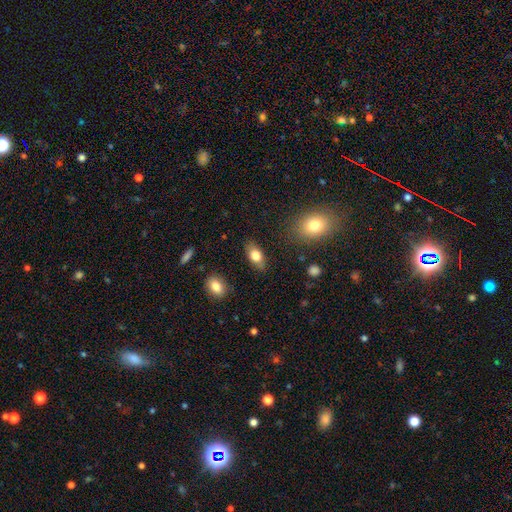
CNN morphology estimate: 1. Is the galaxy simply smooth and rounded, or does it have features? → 77% smooth, 16% featured or disk, 7% star or artifact.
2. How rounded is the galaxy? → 86% in between, 7% round, 7% cigar-shaped.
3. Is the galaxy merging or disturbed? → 83% none, 12% minor disturbance, 3% major disturbance, 2% merger.